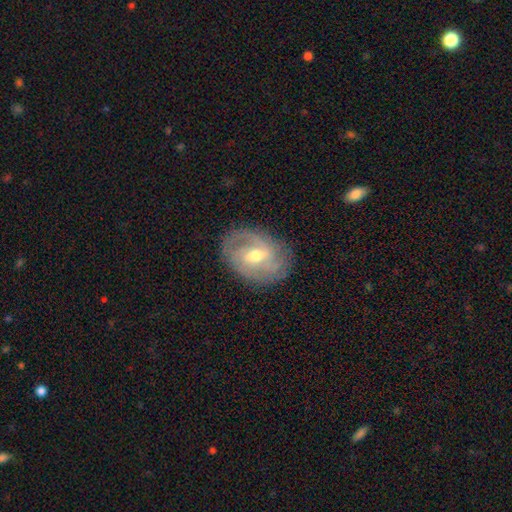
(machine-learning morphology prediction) Smooth or featured? Predicted: featured or disk (p=0.80). Edge-on disk? Predicted: no (p=0.96). Bar? Predicted: weak (p=0.51). Spiral arms? Predicted: yes (p=0.91). Spiral winding? Predicted: tight (p=0.50). Spiral arm count? Predicted: 2 (p=0.37). Bulge size? Predicted: moderate (p=0.69). Merging? Predicted: none (p=0.79).